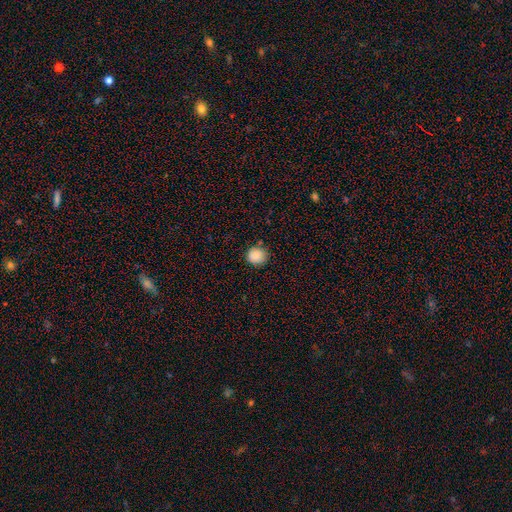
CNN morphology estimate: A smooth galaxy with no disk features (87%) that is round (92%). Merging: none (87%).